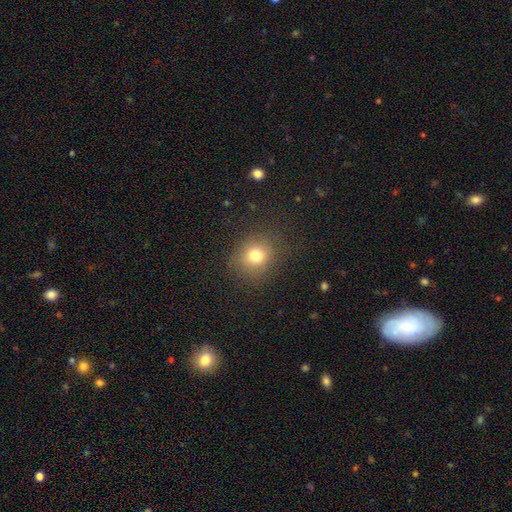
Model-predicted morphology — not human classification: Smooth or featured? Predicted: smooth (p=0.76). How rounded? Predicted: round (p=0.79). Merging? Predicted: none (p=0.82).